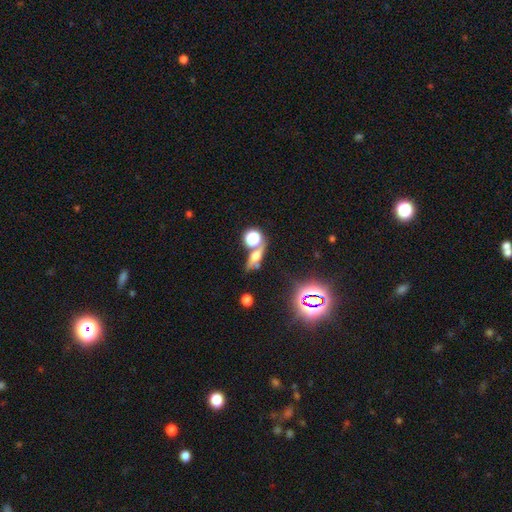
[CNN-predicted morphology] Smooth or featured: smooth — 41% (featured or disk — 35%)
Merging: none — 52% (merger — 25%)